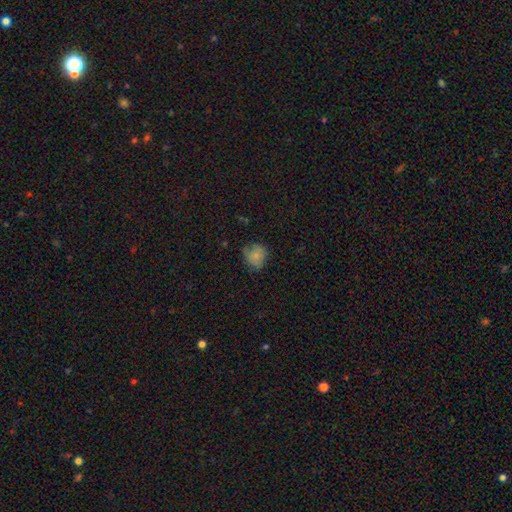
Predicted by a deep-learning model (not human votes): Morphology: type=smooth (74%); roundness=round (76%); merging=none (60%).